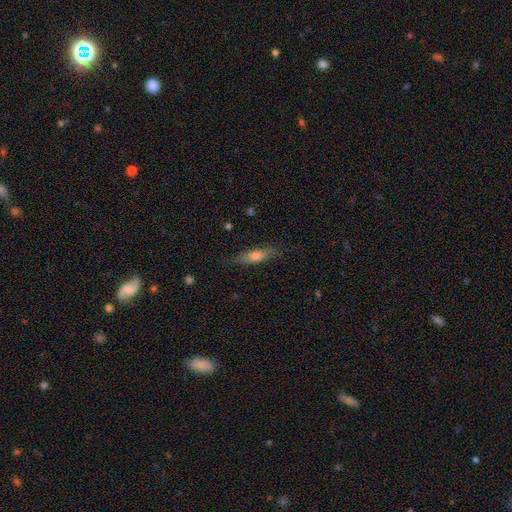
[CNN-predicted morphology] Smooth or featured?
  - smooth: 58% *
  - featured or disk: 35%
  - star or artifact: 7%
How rounded?
  - cigar-shaped: 65% *
  - in between: 32%
  - round: 2%
Merging?
  - none: 78% *
  - minor disturbance: 17%
  - major disturbance: 4%
  - merger: 1%